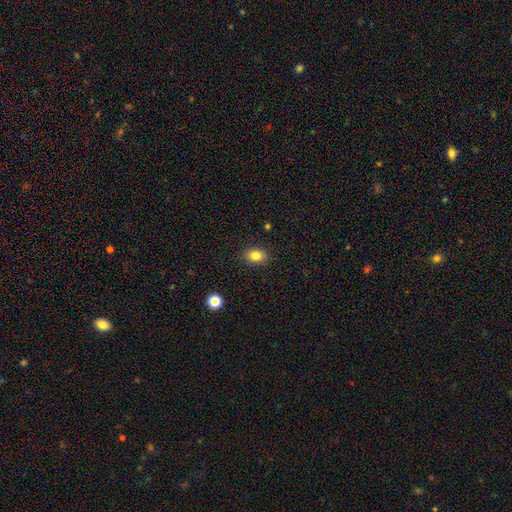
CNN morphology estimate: Overall: smooth (83%). How rounded: in between (67%; round 32%). Merging: none (89%).